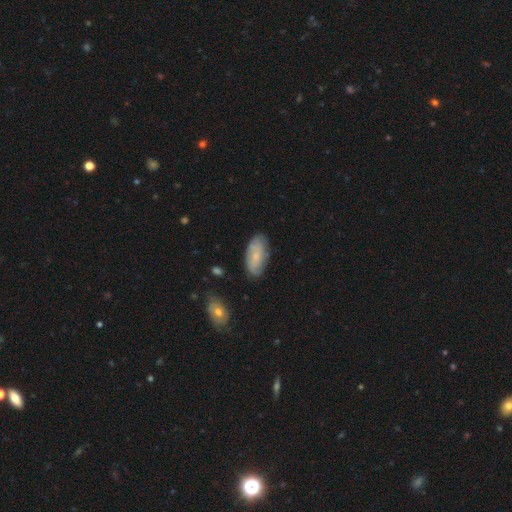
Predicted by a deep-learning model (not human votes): smooth_or_featured: smooth (p=0.54) [alt: featured or disk p=0.39]
how_rounded: in between (p=0.91) [alt: cigar-shaped p=0.06]
merging: none (p=0.77) [alt: minor disturbance p=0.18]